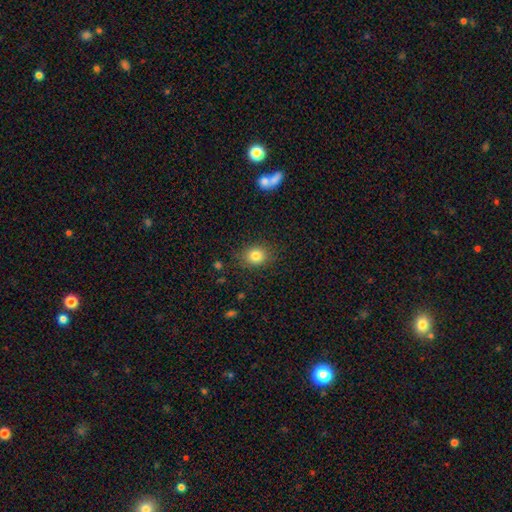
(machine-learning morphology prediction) smooth_or_featured: smooth (p=0.82) [alt: star or artifact p=0.11]
how_rounded: round (p=0.59) [alt: in between p=0.40]
merging: none (p=0.85) [alt: minor disturbance p=0.11]